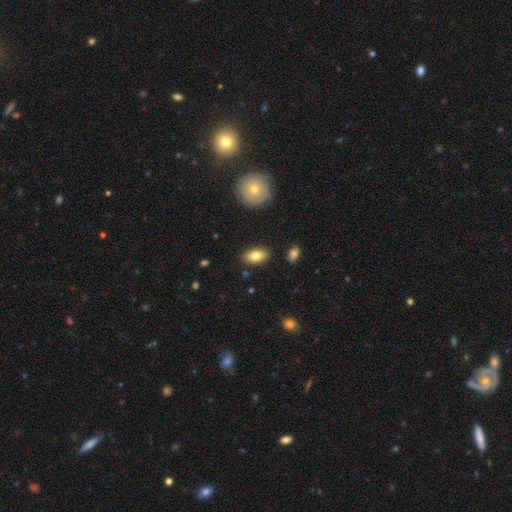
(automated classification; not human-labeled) smooth 78%, featured or disk 14%, star or artifact 8%. Down the decision tree: how rounded — in between (92%); merging — none (86%).